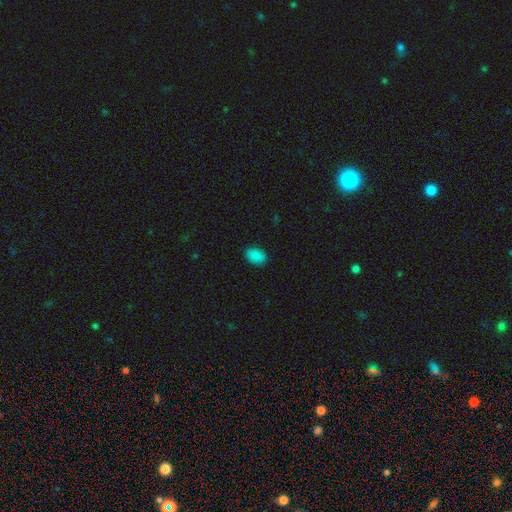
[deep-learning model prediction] smooth_or_featured: smooth (p=0.87) [alt: star or artifact p=0.10]
how_rounded: in between (p=0.84) [alt: round p=0.15]
merging: none (p=0.87) [alt: minor disturbance p=0.10]